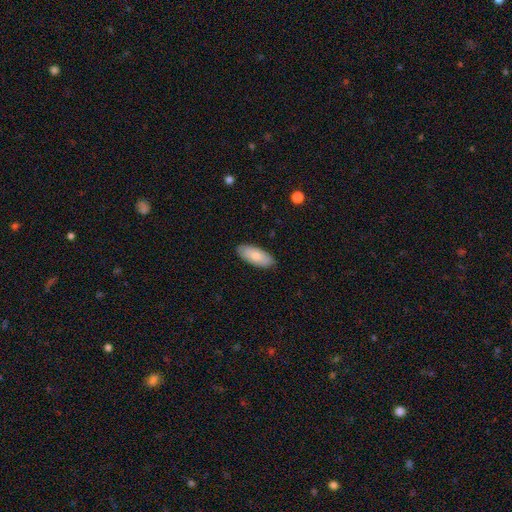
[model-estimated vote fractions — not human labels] smooth_or_featured: smooth (p=0.78) [alt: featured or disk p=0.17]
how_rounded: in between (p=0.87) [alt: cigar-shaped p=0.11]
merging: none (p=0.87) [alt: minor disturbance p=0.10]